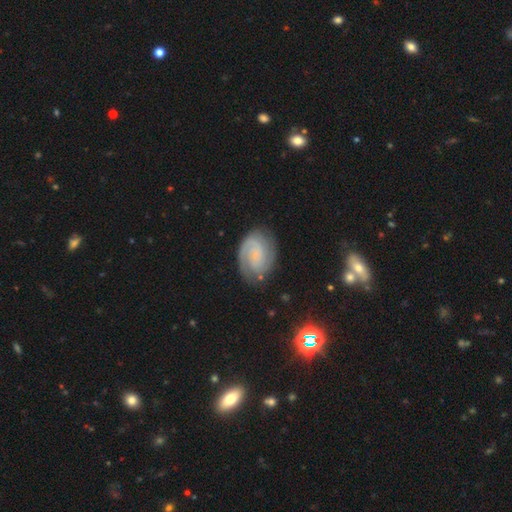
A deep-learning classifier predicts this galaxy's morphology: Overall: featured or disk (75%). Edge-on disk: no (98%). Bar: no (53%; weak 39%). Spiral arms: yes (95%). Spiral arm count: 2 (70%). Spiral winding: tight (48%; medium 39%). Bulge size: none (43%, tied with small). Merging: none (75%).